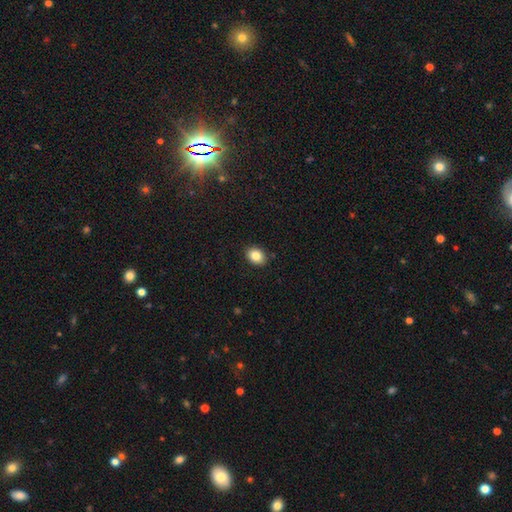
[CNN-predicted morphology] smooth_or_featured: smooth (p=0.84) [alt: star or artifact p=0.09]
how_rounded: in between (p=0.67) [alt: round p=0.32]
merging: none (p=0.89) [alt: minor disturbance p=0.08]